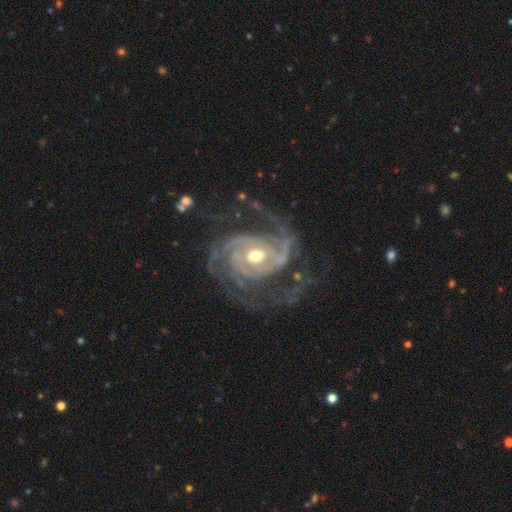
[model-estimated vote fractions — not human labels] A featured or disk galaxy (92%) with no bar (58%), 3 (27%) tight (48%) spiral arms (98%) and a moderate central bulge (66%). Merging: none (57%).